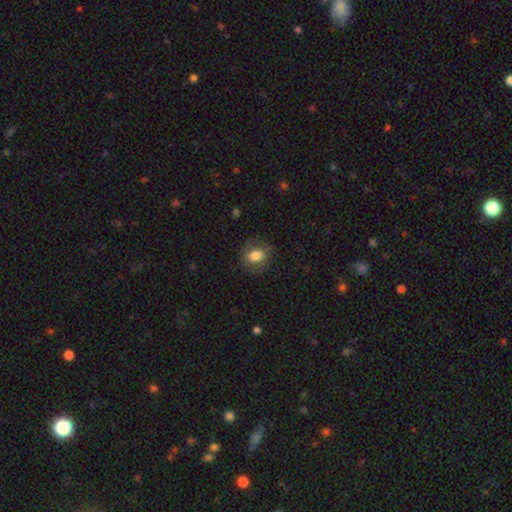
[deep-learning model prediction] The model was most divided on "how rounded": in between: 50%, round: 49%, cigar-shaped: 1%. More confident: merging — none (74%); smooth or featured — smooth (71%).